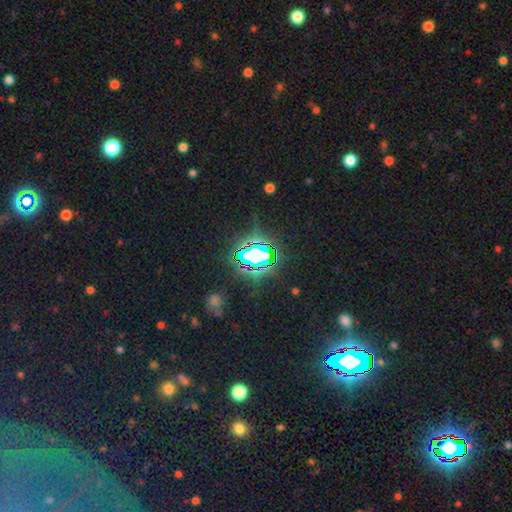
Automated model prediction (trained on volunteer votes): A star or artifact, not a galaxy (75%).